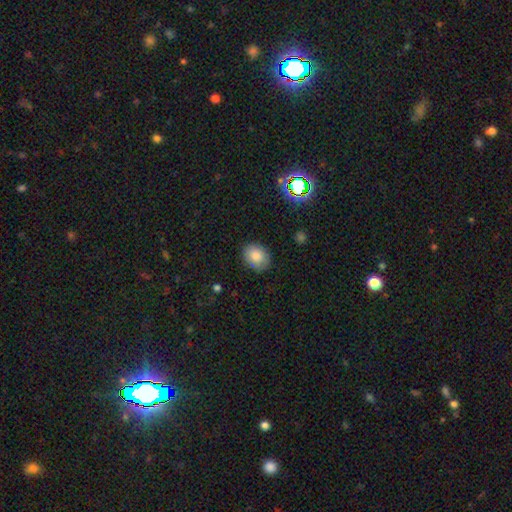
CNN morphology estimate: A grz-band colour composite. It shows a smooth galaxy with no disk features (84%) that is in between round and cigar-shaped (51%). Merging: none (83%).